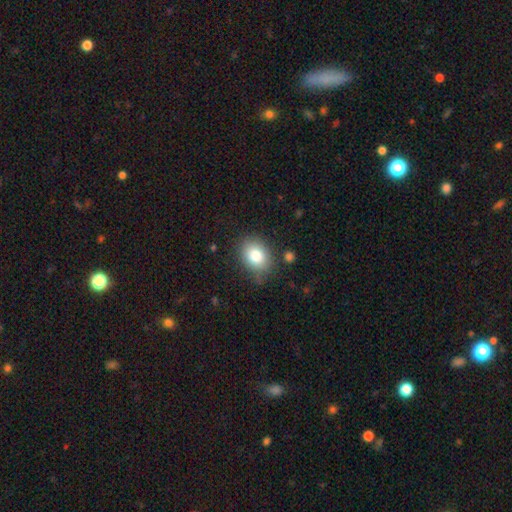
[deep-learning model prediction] Smooth or featured: smooth — 82% (featured or disk — 9%)
How rounded: in between — 60% (round — 39%)
Merging: none — 77% (minor disturbance — 17%)